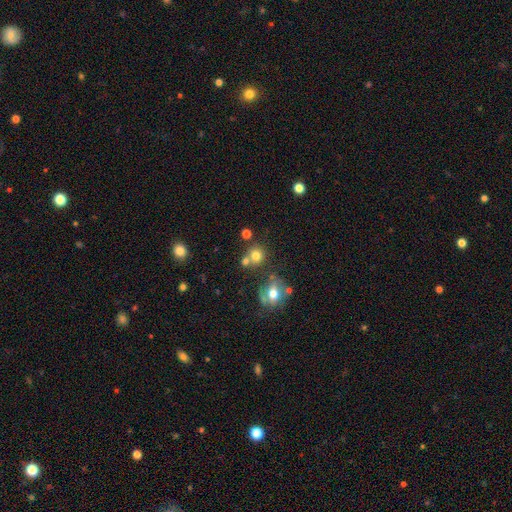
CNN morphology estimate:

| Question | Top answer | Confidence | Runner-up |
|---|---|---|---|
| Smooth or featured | smooth | 73% | star or artifact (16%) |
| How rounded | round | 85% | in between (14%) |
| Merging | none | 60% | merger (27%) |